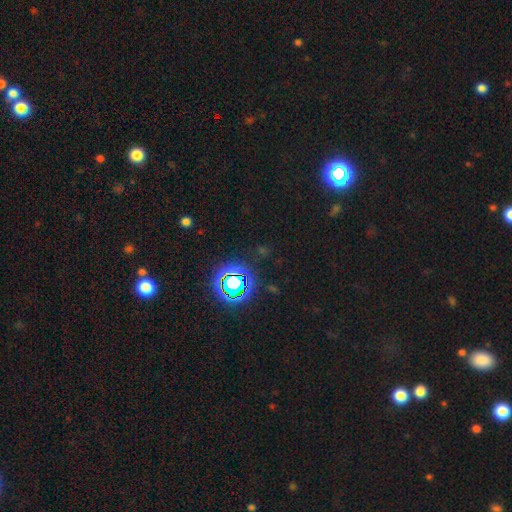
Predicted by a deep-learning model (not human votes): This is likely a star or artifact rather than a galaxy (80%).